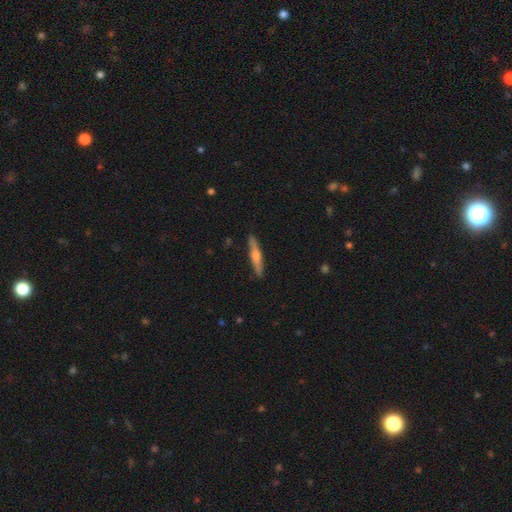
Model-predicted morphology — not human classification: smooth-or-featured: featured or disk: 57% | smooth: 37% | star or artifact: 6%
  disk-edge-on: yes: 95% | no: 5%
    edge-on-bulge: rounded: 83% | none: 10% | boxy: 6%
  merging: none: 89% | minor disturbance: 8% | major disturbance: 1% | merger: 1%